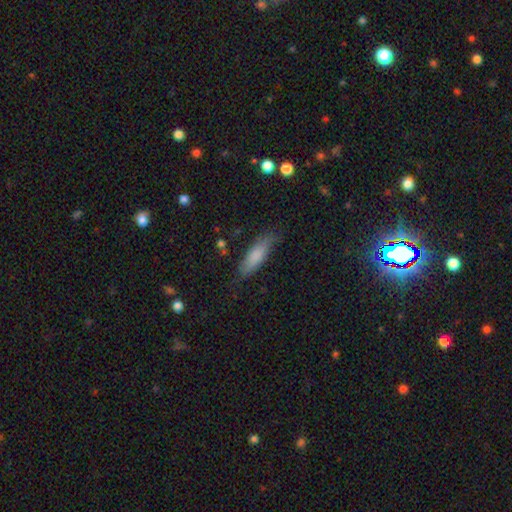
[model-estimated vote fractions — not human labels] A smooth galaxy with no disk features (80%) that is cigar-shaped (51%). Merging: none (74%).